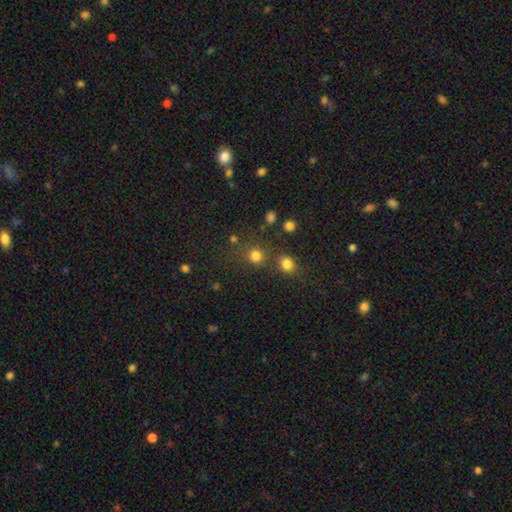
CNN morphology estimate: smooth-or-featured: smooth: 79% | star or artifact: 16% | featured or disk: 6%
  how-rounded: round: 87% | in between: 12% | cigar-shaped: 1%
  merging: none: 69% | merger: 17% | minor disturbance: 9% | major disturbance: 5%